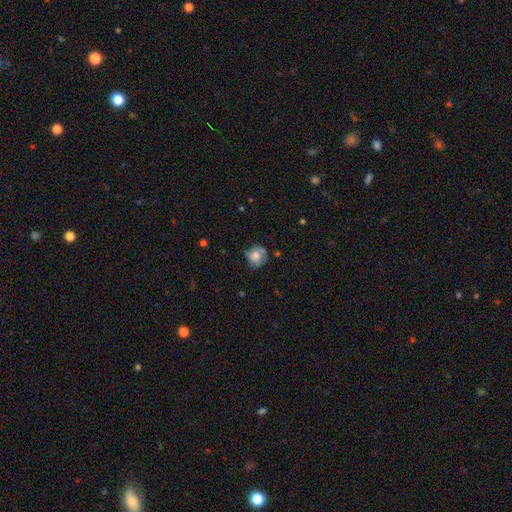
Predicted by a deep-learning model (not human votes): Q: Smooth or featured?
A: smooth (55%); runner-up: featured or disk (35%)
Q: How rounded?
A: round (75%); runner-up: in between (24%)
Q: Merging?
A: none (53%); runner-up: minor disturbance (27%)